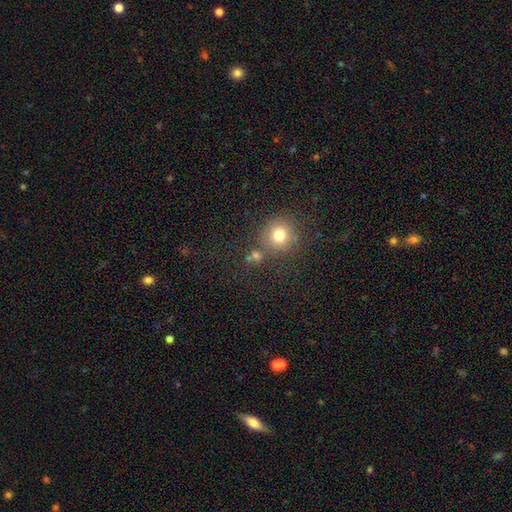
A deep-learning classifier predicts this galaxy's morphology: smooth-or-featured: smooth: 70% | star or artifact: 21% | featured or disk: 9%
  how-rounded: round: 89% | in between: 9% | cigar-shaped: 1%
  merging: none: 69% | merger: 18% | minor disturbance: 9% | major disturbance: 5%